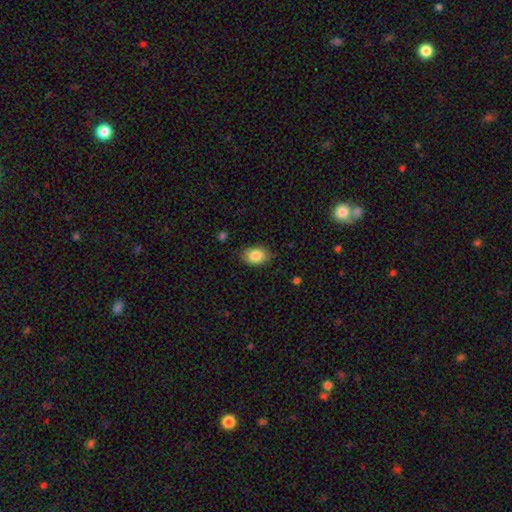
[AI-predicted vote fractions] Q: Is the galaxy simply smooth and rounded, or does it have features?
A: smooth — 85%.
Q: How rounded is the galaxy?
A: in between — 81%.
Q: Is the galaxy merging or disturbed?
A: none — 83%.